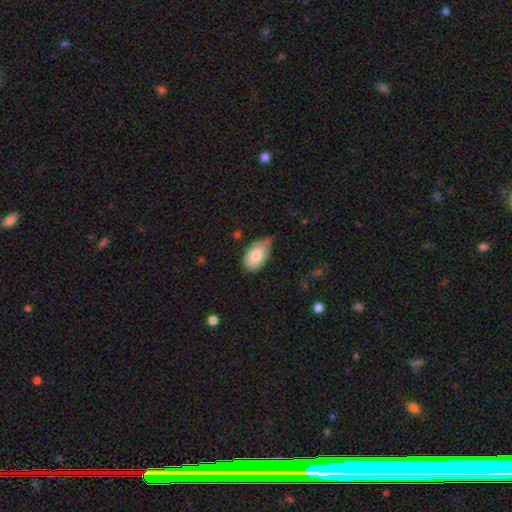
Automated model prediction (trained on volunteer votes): This is clearly a smooth galaxy (82%). How rounded: clearly in between (94%). Merging: possibly none (46%).